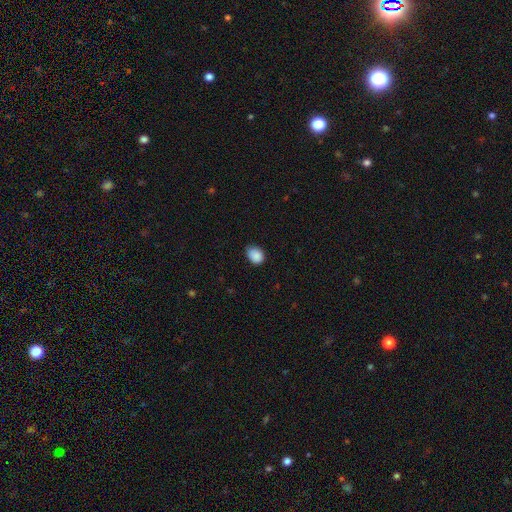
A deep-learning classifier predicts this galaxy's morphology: Smooth or featured? smooth (89%)
How rounded? in between (58%)
Merging? none (74%)